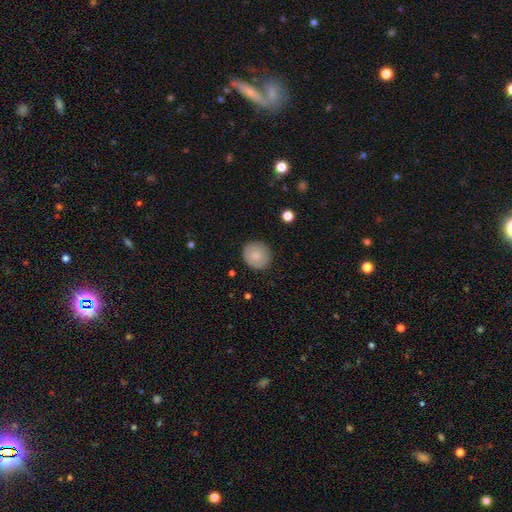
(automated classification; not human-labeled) A smooth galaxy with no disk features (83%) that is round (89%). Merging: none (88%).